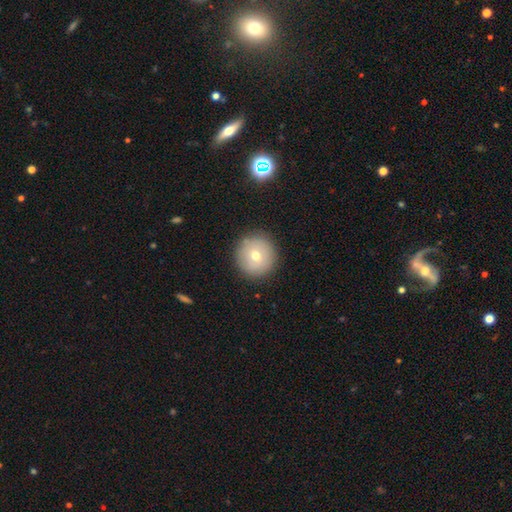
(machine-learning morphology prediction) Smooth or featured? smooth (69%)
How rounded? round (95%)
Merging? none (89%)